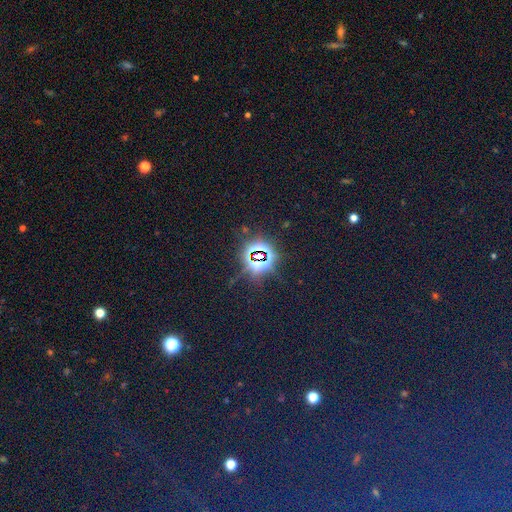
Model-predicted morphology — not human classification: Smooth or featured?
  - star or artifact: 80% *
  - smooth: 12%
  - featured or disk: 8%